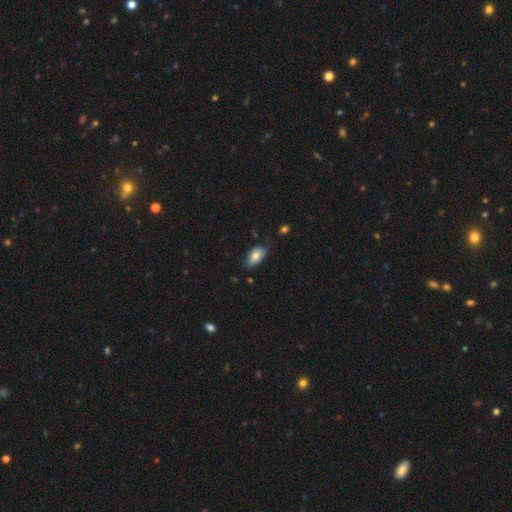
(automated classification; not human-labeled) A smooth galaxy with no disk features (81%) that is in between round and cigar-shaped (92%). Merging: none (70%).